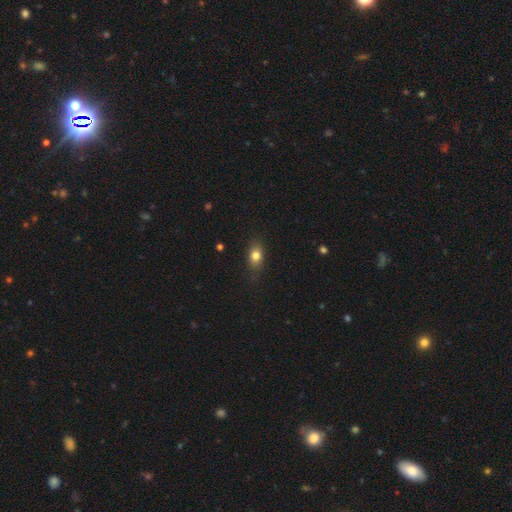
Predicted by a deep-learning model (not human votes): smooth_or_featured: smooth (p=0.80) [alt: featured or disk p=0.10]
how_rounded: in between (p=0.74) [alt: round p=0.21]
merging: none (p=0.80) [alt: minor disturbance p=0.15]